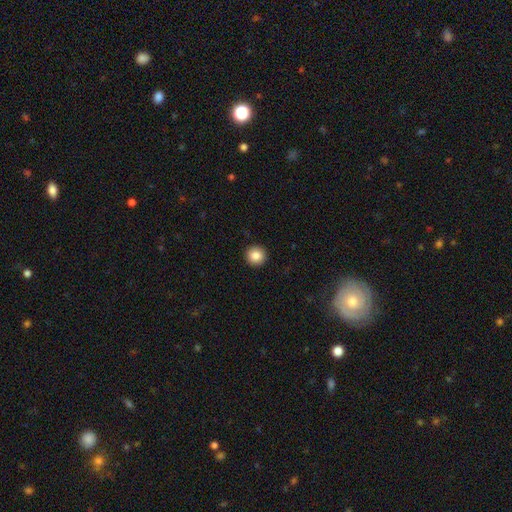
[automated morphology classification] Smooth or featured?
  - smooth: 86% *
  - star or artifact: 9%
  - featured or disk: 4%
How rounded?
  - round: 95% *
  - in between: 4%
  - cigar-shaped: 1%
Merging?
  - none: 93% *
  - minor disturbance: 4%
  - major disturbance: 2%
  - merger: 1%